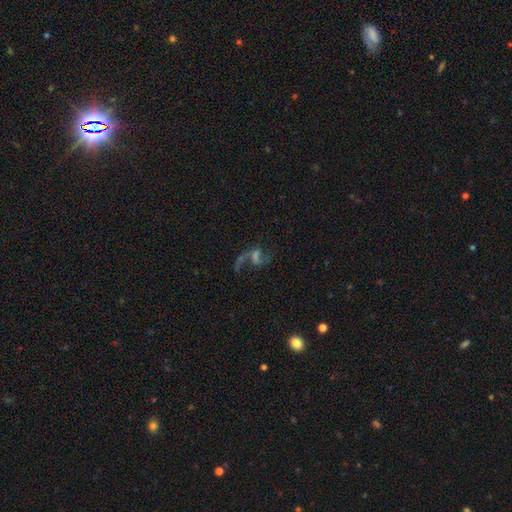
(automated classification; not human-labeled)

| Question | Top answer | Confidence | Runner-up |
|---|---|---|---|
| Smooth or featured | featured or disk | 69% | star or artifact (16%) |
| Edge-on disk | no | 97% | yes (3%) |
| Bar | weak | 42% | no (41%) |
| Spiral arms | yes | 83% | no (17%) |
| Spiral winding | loose | 81% | medium (16%) |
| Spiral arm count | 2 | 75% | 1 (17%) |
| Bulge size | none | 40% | small (30%) |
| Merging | none | 44% | major disturbance (30%) |